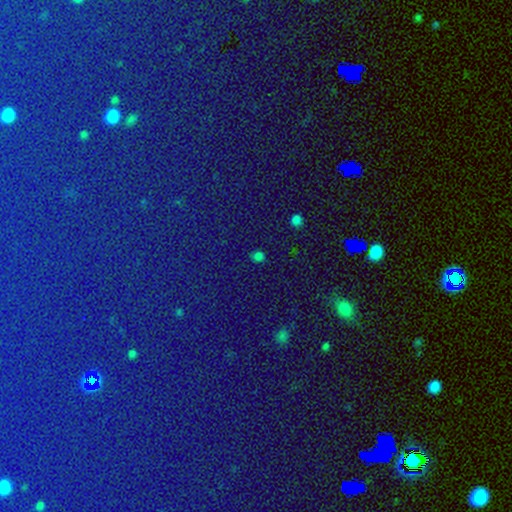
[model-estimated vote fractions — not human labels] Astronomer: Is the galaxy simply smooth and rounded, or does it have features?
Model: star or artifact — 76%.